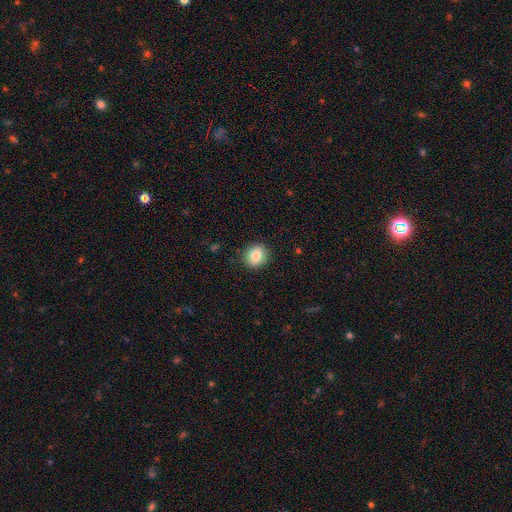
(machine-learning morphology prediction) A smooth galaxy with no disk features (85%) that is round (78%). Merging: none (90%).